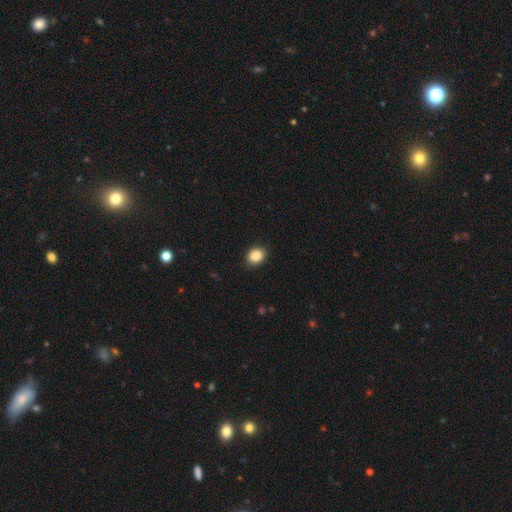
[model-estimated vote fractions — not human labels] This appears to be a smooth galaxy with no disk features (87%) that is round (50%). Merging: none (87%).